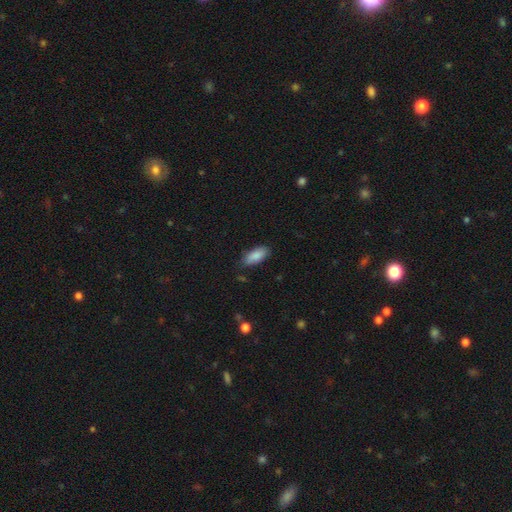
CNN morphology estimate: smooth-or-featured: smooth: 87% | featured or disk: 7% | star or artifact: 6%
  how-rounded: in between: 84% | cigar-shaped: 14% | round: 2%
  merging: none: 80% | minor disturbance: 16% | major disturbance: 3% | merger: 2%